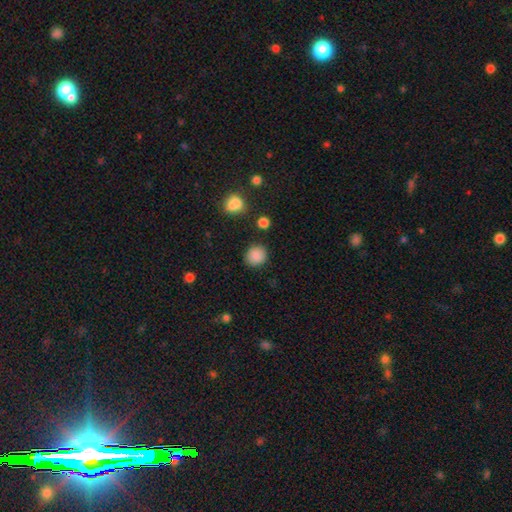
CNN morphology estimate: Smooth or featured? Predicted: smooth (p=0.86). How rounded? Predicted: round (p=0.86). Merging? Predicted: none (p=0.87).